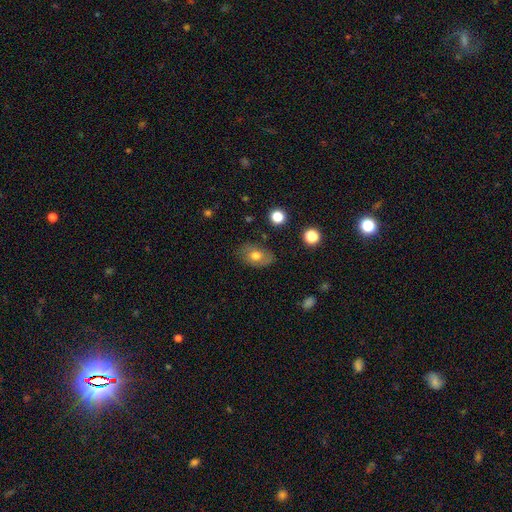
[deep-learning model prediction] Smooth or featured? Predicted: smooth (p=0.65). How rounded? Predicted: in between (p=0.82). Merging? Predicted: none (p=0.75).